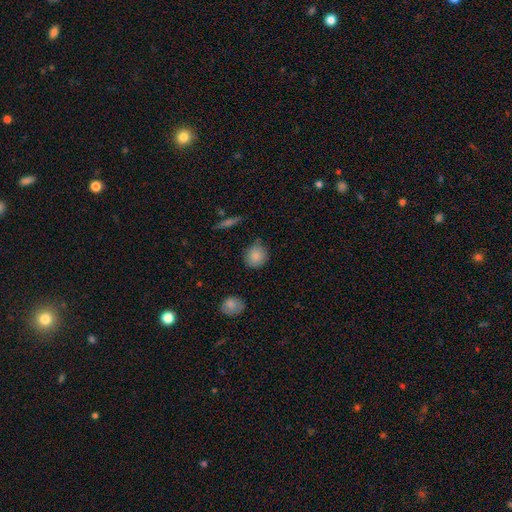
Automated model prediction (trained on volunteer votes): Smooth or featured? Predicted: smooth (p=0.85). How rounded? Predicted: round (p=0.83). Merging? Predicted: none (p=0.74).